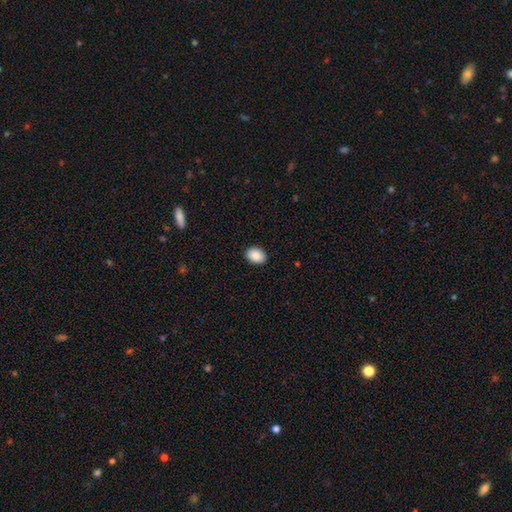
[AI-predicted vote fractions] Smooth or featured: smooth — 86% (star or artifact — 7%)
How rounded: in between — 80% (round — 19%)
Merging: none — 90% (minor disturbance — 7%)